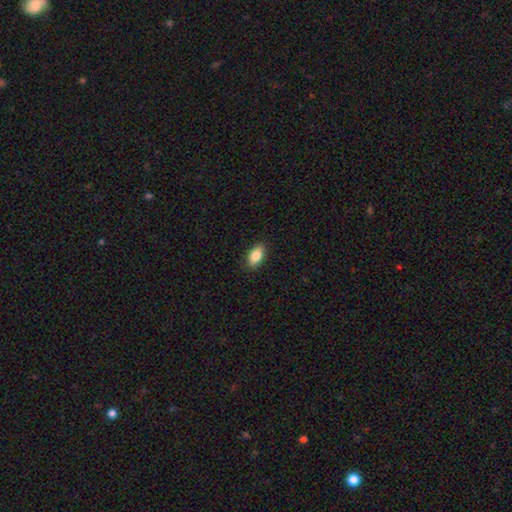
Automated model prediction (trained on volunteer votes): This is clearly a smooth galaxy (82%). How rounded: clearly in between (89%). Merging: clearly none (88%).